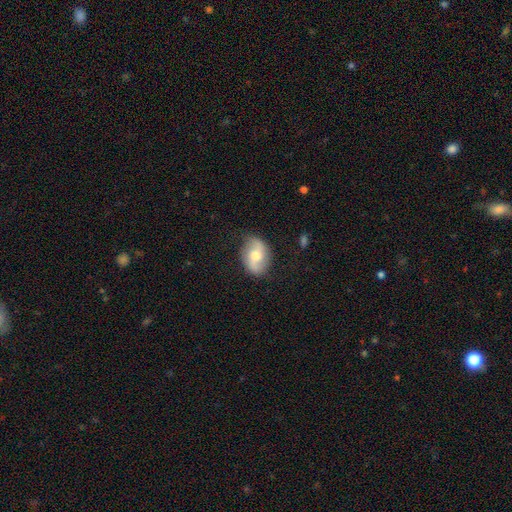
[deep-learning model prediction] smooth_or_featured: featured or disk (p=0.54) [alt: smooth p=0.40]
disk_edge_on: no (p=0.94) [alt: yes p=0.06]
bar: no (p=0.46) [alt: weak p=0.36]
has_spiral_arms: yes (p=0.76) [alt: no p=0.24]
bulge_size: moderate (p=0.69) [alt: small p=0.23]
merging: none (p=0.78) [alt: minor disturbance p=0.16]